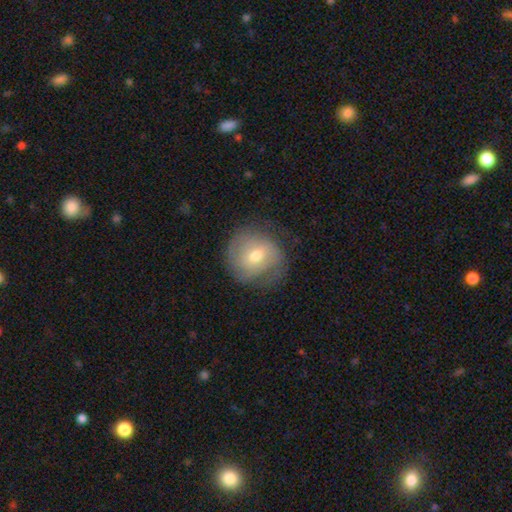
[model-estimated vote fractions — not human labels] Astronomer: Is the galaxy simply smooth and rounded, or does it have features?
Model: featured or disk — 54% (runner-up: smooth, 38%).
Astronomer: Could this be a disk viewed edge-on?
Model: no — 96%.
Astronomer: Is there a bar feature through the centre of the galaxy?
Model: no — 48% (runner-up: weak, 42%).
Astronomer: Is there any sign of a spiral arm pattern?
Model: yes — 79%.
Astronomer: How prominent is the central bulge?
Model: moderate — 64%.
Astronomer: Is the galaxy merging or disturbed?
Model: none — 66%.